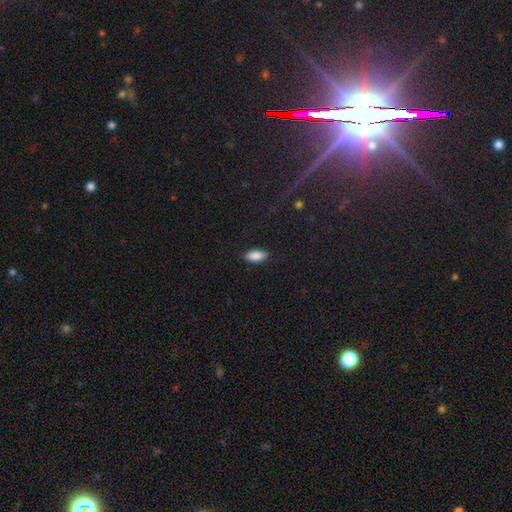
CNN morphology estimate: This appears to be a smooth galaxy with no disk features (87%) that is in between round and cigar-shaped (87%). Merging: none (88%).